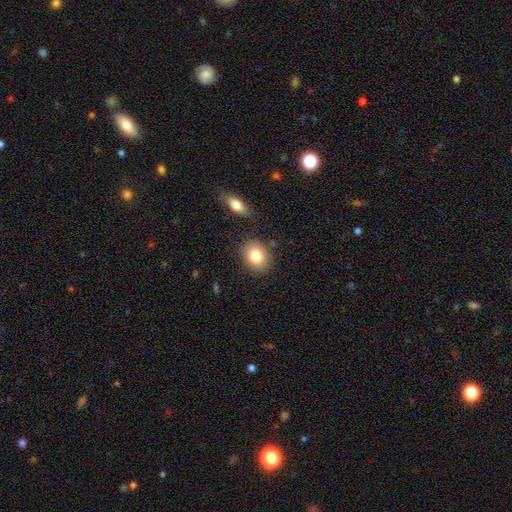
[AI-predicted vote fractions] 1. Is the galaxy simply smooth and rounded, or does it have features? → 81% smooth, 10% featured or disk, 8% star or artifact.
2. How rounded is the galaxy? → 50% round, 48% in between, 1% cigar-shaped.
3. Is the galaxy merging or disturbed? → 82% none, 10% minor disturbance, 5% merger, 3% major disturbance.